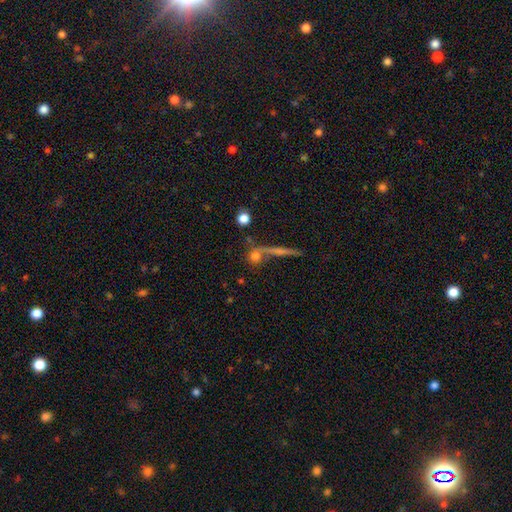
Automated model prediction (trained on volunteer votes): A smooth galaxy with no disk features (67%) that is round (78%).

Vote fractions:
- Smooth or featured? smooth: 67% / featured or disk: 19% / star or artifact: 14%
- How rounded? round: 78% / cigar-shaped: 11% / in between: 11%
- Merging? none: 57% / merger: 24% / minor disturbance: 11% / major disturbance: 8%